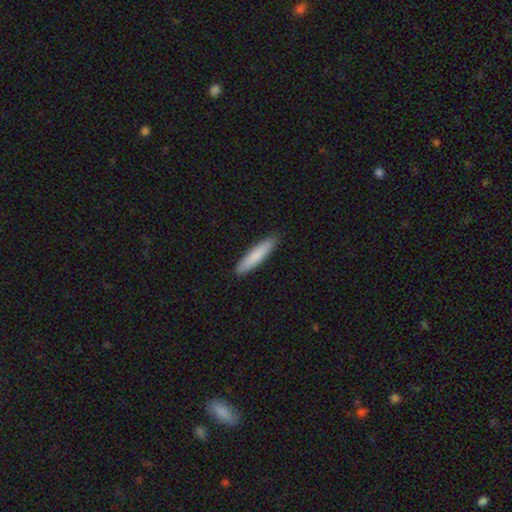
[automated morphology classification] Smooth or featured? Predicted: smooth (p=0.83). How rounded? Predicted: cigar-shaped (p=0.88). Merging? Predicted: none (p=0.91).